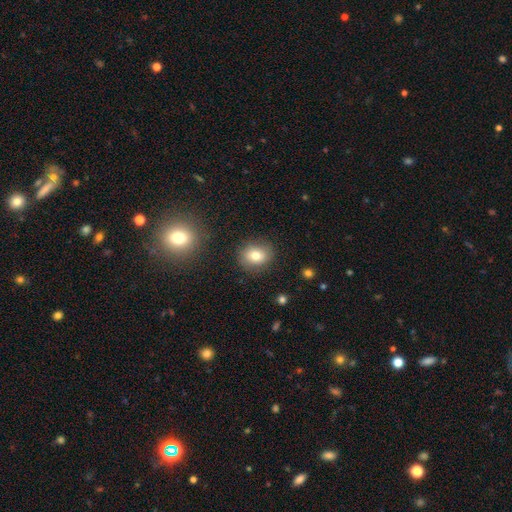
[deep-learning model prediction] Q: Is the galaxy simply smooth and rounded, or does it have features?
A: smooth — 77%.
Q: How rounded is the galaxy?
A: round — 63%.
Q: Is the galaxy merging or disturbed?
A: none — 84%.